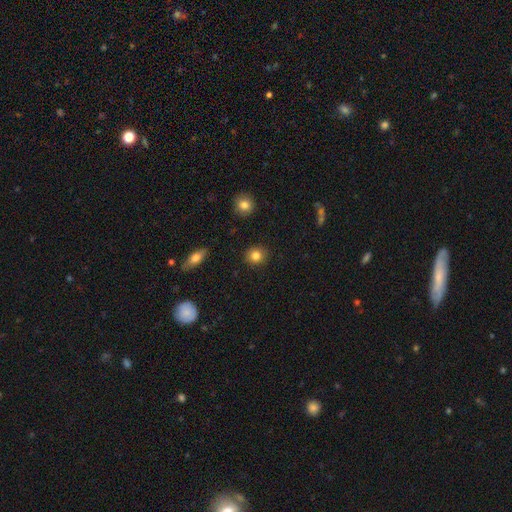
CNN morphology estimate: Smooth or featured: smooth — 83% (star or artifact — 10%)
How rounded: round — 87% (in between — 12%)
Merging: none — 91% (minor disturbance — 6%)